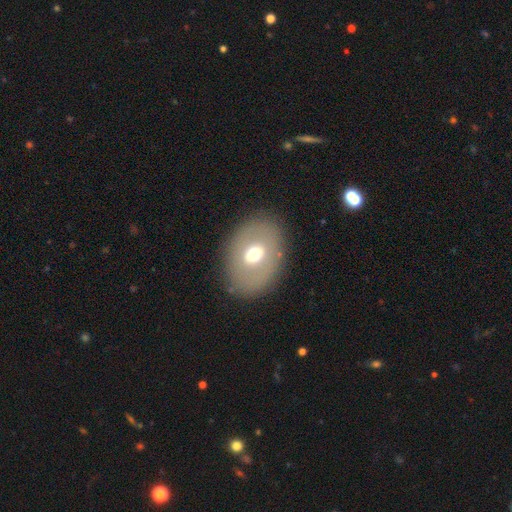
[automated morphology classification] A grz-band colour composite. It shows a smooth galaxy with no disk features (56%) that is in between round and cigar-shaped (72%). Merging: none (85%).